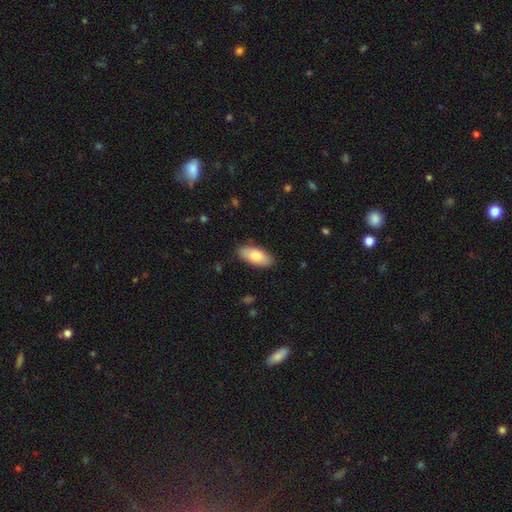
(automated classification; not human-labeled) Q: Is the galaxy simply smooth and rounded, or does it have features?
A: smooth — 77%.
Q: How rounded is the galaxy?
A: in between — 88%.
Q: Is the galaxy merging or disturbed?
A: none — 86%.